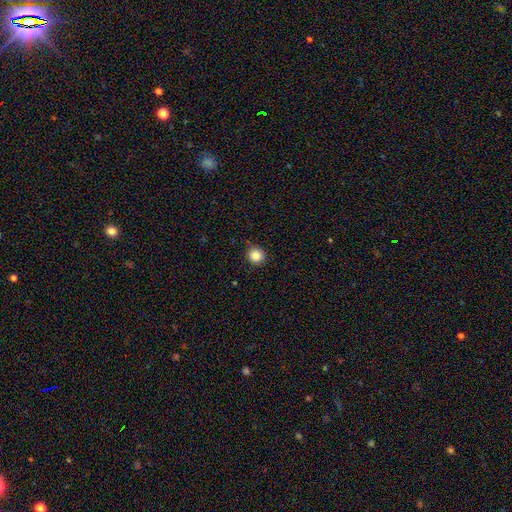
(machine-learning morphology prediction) Smooth or featured? smooth (86%)
How rounded? round (94%)
Merging? none (88%)